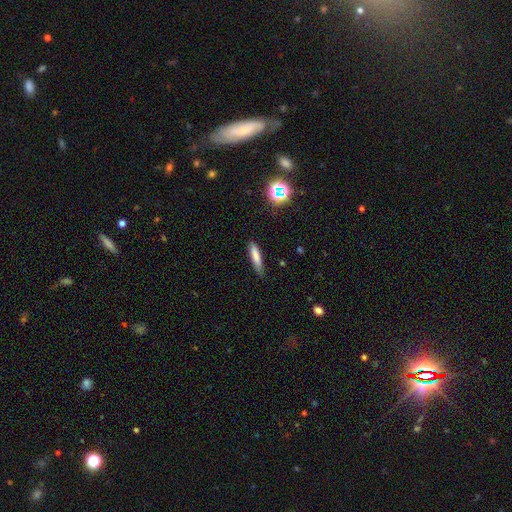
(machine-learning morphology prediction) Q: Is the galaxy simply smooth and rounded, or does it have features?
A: smooth — 78%.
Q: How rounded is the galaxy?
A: cigar-shaped — 82%.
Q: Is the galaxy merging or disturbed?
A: none — 79%.